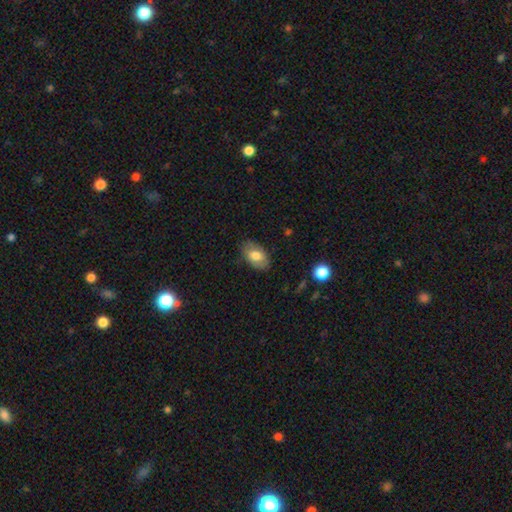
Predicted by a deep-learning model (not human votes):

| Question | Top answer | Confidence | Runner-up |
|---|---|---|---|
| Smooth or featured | smooth | 76% | featured or disk (17%) |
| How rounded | in between | 92% | round (7%) |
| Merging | none | 82% | minor disturbance (14%) |